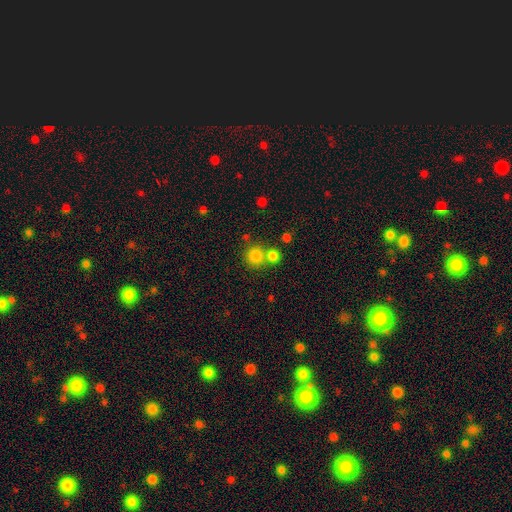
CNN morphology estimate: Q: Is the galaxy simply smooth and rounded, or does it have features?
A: smooth — 81%.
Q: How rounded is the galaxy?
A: round — 89%.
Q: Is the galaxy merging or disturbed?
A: none — 61%.